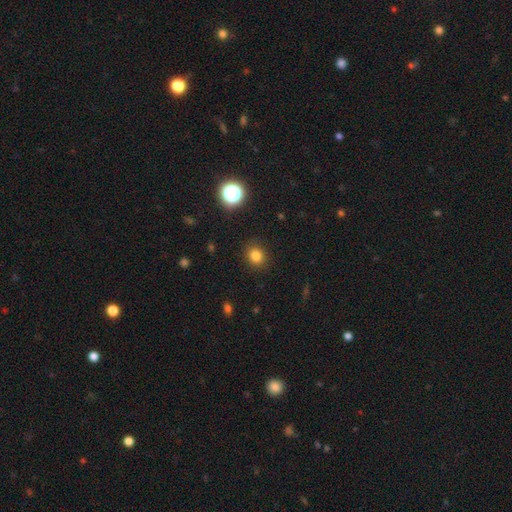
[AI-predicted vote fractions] Overall: smooth (81%). How rounded: round (72%). Merging: none (88%).